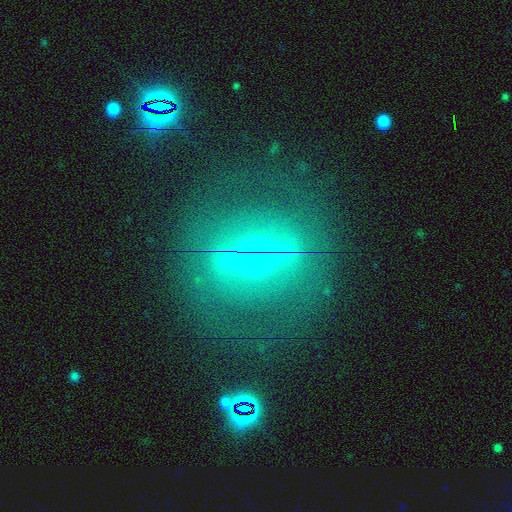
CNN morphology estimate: Overall: featured or disk (68%). Edge-on disk: no (51%; yes 49%). Merging: none (72%).